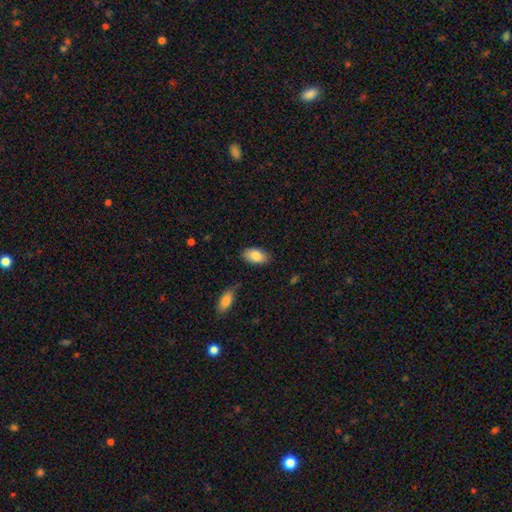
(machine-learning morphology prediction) Overall: smooth (86%). How rounded: in between (94%). Merging: none (81%).